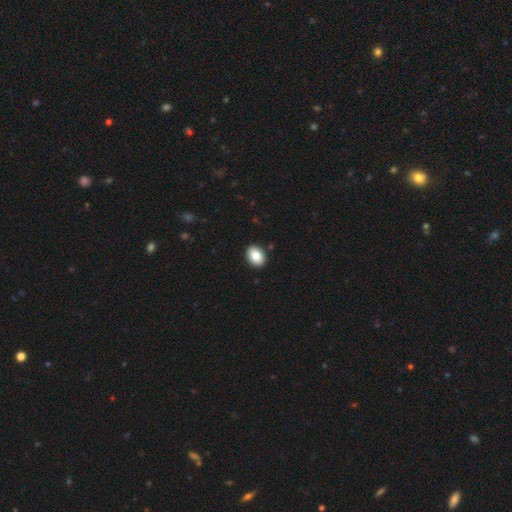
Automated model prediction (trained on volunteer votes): A smooth galaxy with no disk features (85%) that is in between round and cigar-shaped (72%). Merging: none (91%).